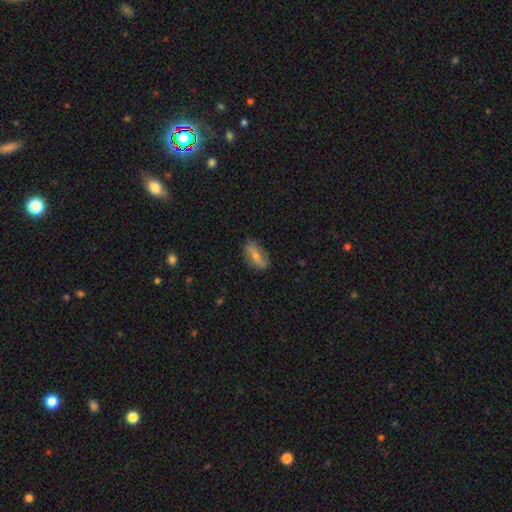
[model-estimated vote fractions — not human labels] A featured or disk galaxy (47%).

Vote fractions:
- Smooth or featured? featured or disk: 47% / smooth: 44% / star or artifact: 9%
- Merging? none: 78% / minor disturbance: 16% / major disturbance: 4% / merger: 1%